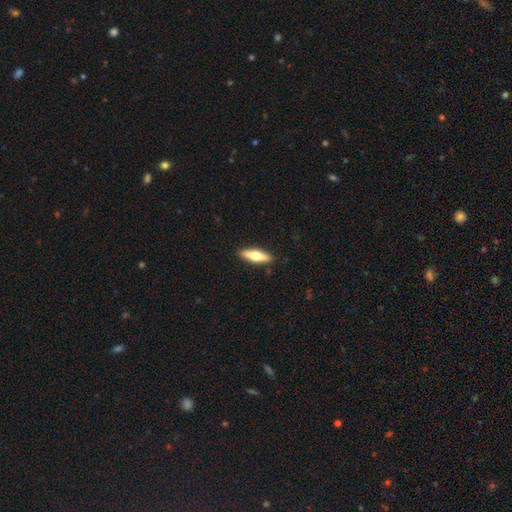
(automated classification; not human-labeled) Smooth or featured? smooth (50%)
How rounded? cigar-shaped (63%)
Merging? none (91%)